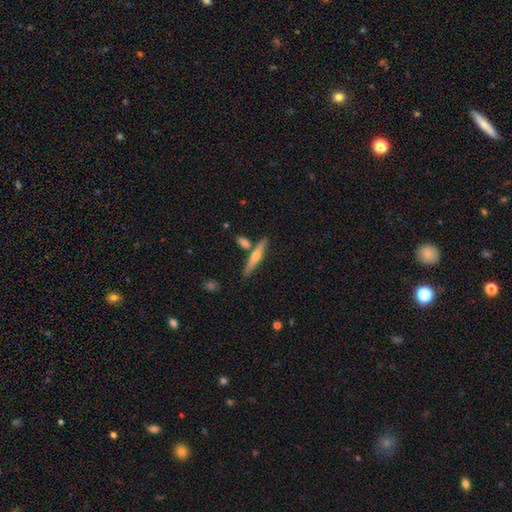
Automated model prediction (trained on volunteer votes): Q: Smooth or featured?
A: featured or disk (50%); runner-up: smooth (44%)
Q: Edge-on disk?
A: yes (95%); runner-up: no (5%)
Q: Merging?
A: none (75%); runner-up: merger (13%)